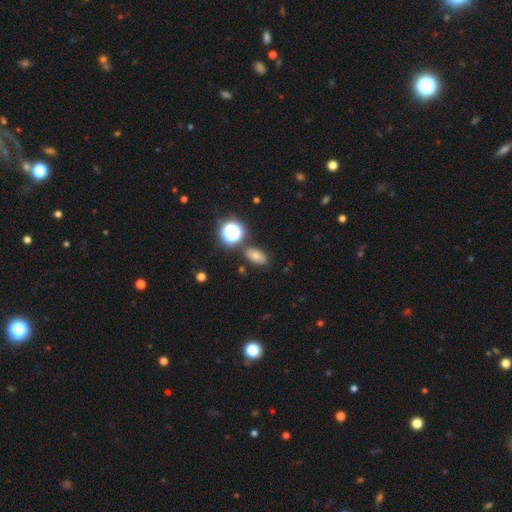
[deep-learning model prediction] Smooth or featured?
  - smooth: 69% *
  - star or artifact: 20%
  - featured or disk: 12%
How rounded?
  - in between: 80% *
  - round: 17%
  - cigar-shaped: 3%
Merging?
  - none: 82% *
  - minor disturbance: 10%
  - merger: 5%
  - major disturbance: 3%